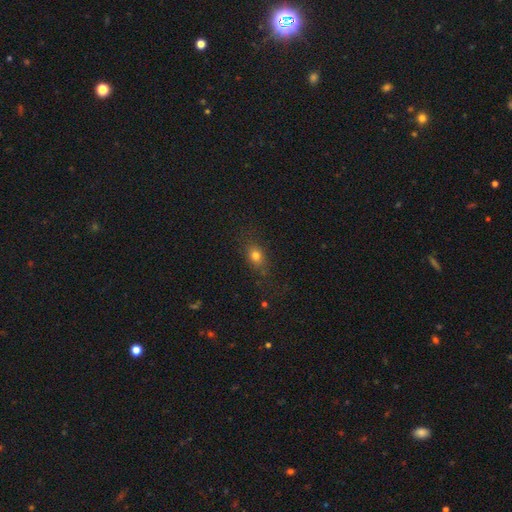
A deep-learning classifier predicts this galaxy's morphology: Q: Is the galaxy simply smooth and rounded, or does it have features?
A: smooth — 75%.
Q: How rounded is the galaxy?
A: in between — 55%.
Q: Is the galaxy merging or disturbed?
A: none — 76%.